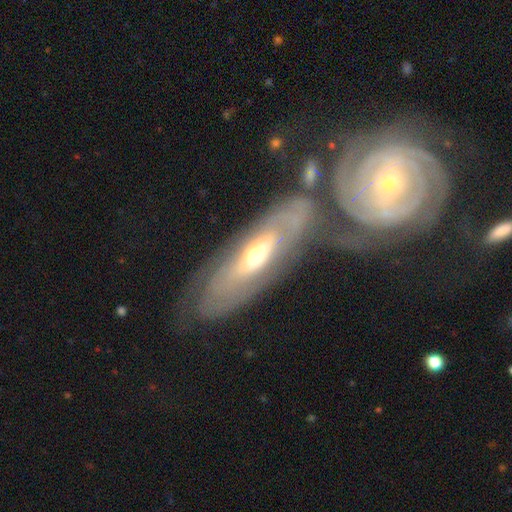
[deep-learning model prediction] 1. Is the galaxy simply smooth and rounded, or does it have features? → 78% featured or disk, 16% smooth, 5% star or artifact.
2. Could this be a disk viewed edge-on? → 83% no, 17% yes.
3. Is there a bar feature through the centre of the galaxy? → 64% no, 24% weak, 12% strong.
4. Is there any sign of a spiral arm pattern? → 81% yes, 19% no.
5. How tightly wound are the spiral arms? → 78% tight, 17% medium, 5% loose.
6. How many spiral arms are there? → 60% can't tell, 20% 2, 8% 3, 5% 4, 4% more than 4, 3% 1.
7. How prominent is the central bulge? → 58% moderate, 35% small, 5% large, 1% dominant, 1% none.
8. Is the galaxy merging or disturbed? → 50% none, 30% merger, 14% minor disturbance, 6% major disturbance.